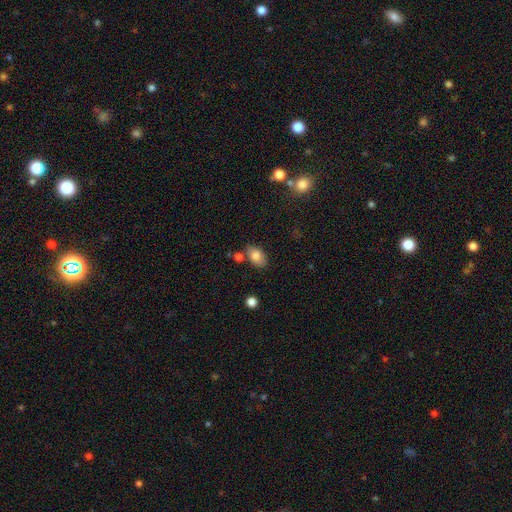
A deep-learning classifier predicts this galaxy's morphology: Smooth or featured? Predicted: smooth (p=0.82). How rounded? Predicted: in between (p=0.88). Merging? Predicted: none (p=0.70).